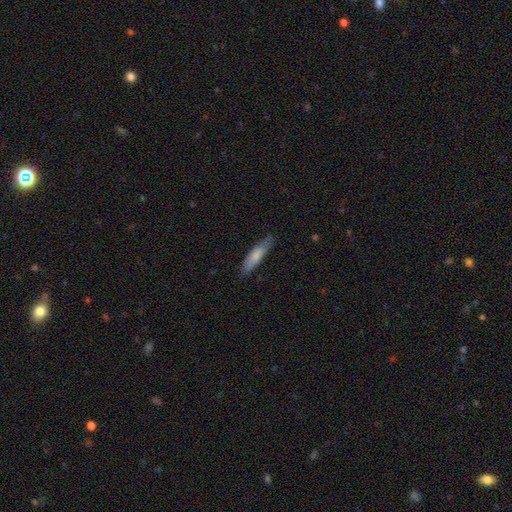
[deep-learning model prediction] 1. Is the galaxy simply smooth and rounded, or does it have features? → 74% smooth, 21% featured or disk, 5% star or artifact.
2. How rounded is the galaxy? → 77% cigar-shaped, 22% in between, 1% round.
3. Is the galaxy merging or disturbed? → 83% none, 14% minor disturbance, 2% major disturbance, 1% merger.